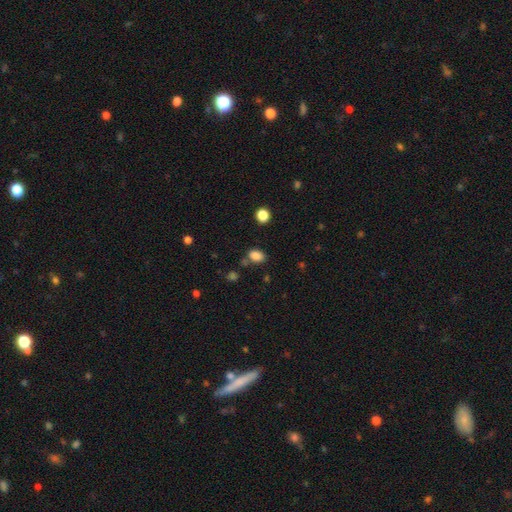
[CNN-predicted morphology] smooth_or_featured: smooth (p=0.84) [alt: star or artifact p=0.12]
how_rounded: in between (p=0.76) [alt: round p=0.23]
merging: none (p=0.70) [alt: minor disturbance p=0.16]